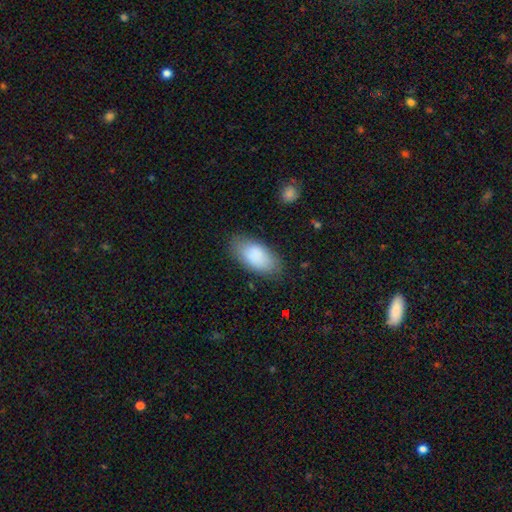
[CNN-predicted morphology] This appears to be a smooth galaxy with no disk features (86%) that is in between round and cigar-shaped (94%). Merging: none (79%).